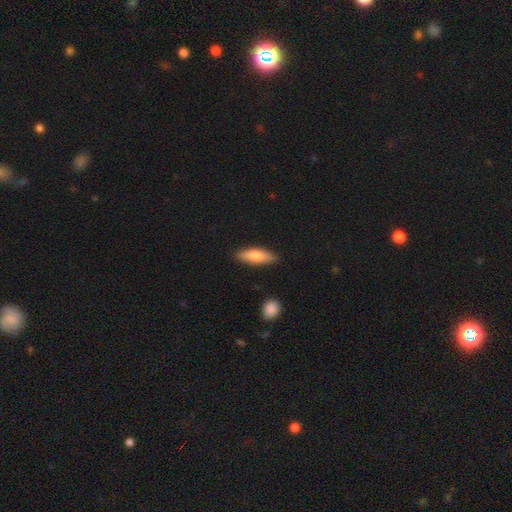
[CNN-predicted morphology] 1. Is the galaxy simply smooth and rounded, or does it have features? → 77% smooth, 17% featured or disk, 6% star or artifact.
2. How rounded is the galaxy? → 52% in between, 46% cigar-shaped, 2% round.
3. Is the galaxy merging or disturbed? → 85% none, 11% minor disturbance, 2% major disturbance, 2% merger.